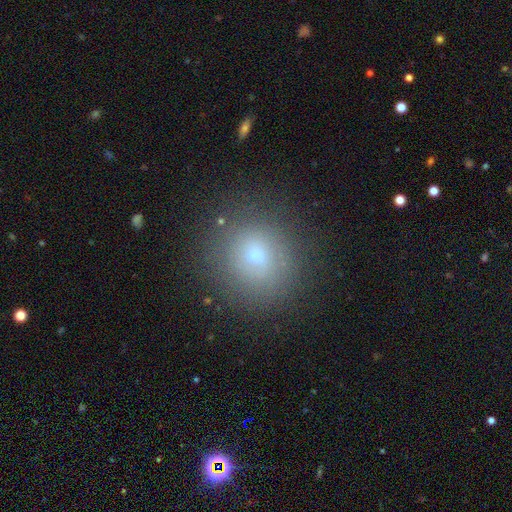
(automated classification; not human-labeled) Smooth or featured? Predicted: smooth (p=0.66). How rounded? Predicted: round (p=0.87). Merging? Predicted: none (p=0.83).